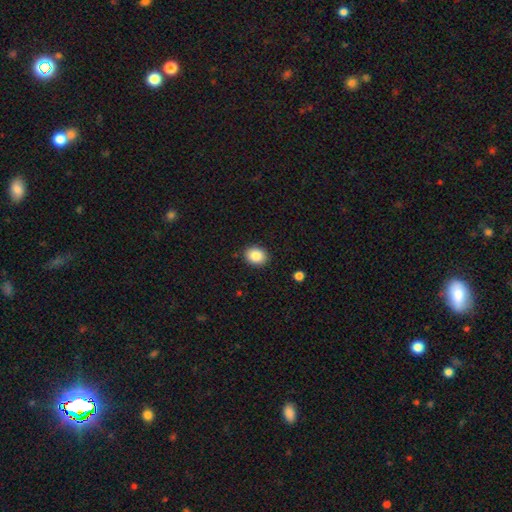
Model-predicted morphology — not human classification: Q: Smooth or featured?
A: smooth (86%); runner-up: star or artifact (8%)
Q: How rounded?
A: in between (54%); runner-up: round (45%)
Q: Merging?
A: none (90%); runner-up: minor disturbance (7%)